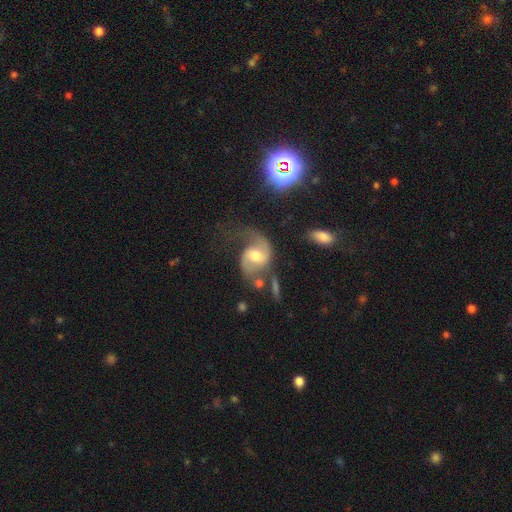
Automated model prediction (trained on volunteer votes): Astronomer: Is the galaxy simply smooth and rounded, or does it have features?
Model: featured or disk — 81%.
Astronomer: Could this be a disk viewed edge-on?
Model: no — 97%.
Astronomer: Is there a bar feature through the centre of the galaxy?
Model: weak — 48% (runner-up: no, 36%).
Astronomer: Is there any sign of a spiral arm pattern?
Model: yes — 95%.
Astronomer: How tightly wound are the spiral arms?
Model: loose — 48% (runner-up: medium, 43%).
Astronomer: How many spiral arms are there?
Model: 2 — 83%.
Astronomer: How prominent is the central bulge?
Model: moderate — 66%.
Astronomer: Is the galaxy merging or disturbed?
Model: none — 48%.